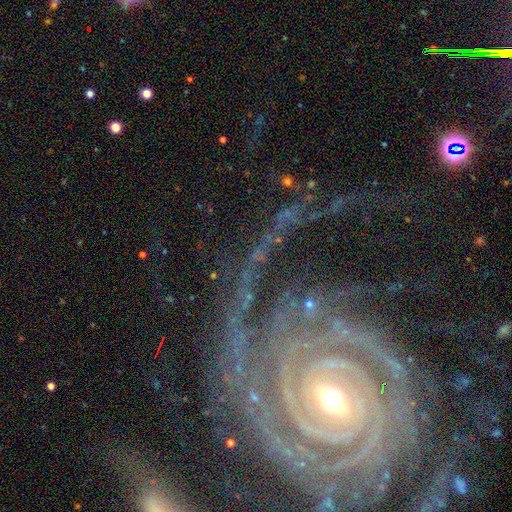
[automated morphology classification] This is clearly a featured or disk galaxy (91%). It is clearly not viewed edge-on (97%). Bar: marginally no (42%). Spiral arm pattern: clearly yes (98%). Spiral arm count: marginally 2 (25%). Spiral winding: clearly tight (81%). Central bulge: possibly moderate (51%). Merging: likely none (66%).